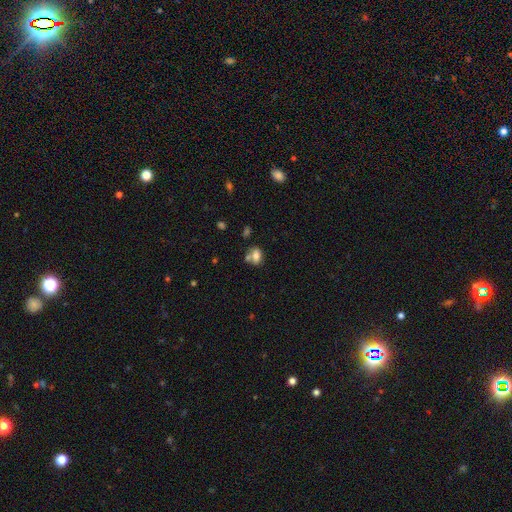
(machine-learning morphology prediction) smooth 70%, featured or disk 18%, star or artifact 12%. Down the decision tree: how rounded — in between (73%); merging — none (45%).